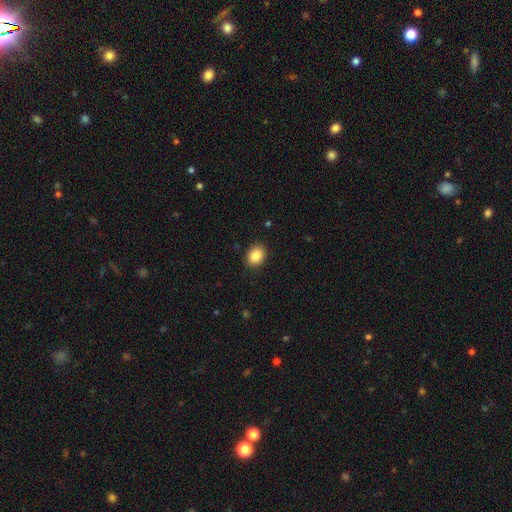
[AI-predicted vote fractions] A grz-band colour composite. It shows a smooth galaxy with no disk features (86%) that is in between round and cigar-shaped (57%). Merging: none (89%).